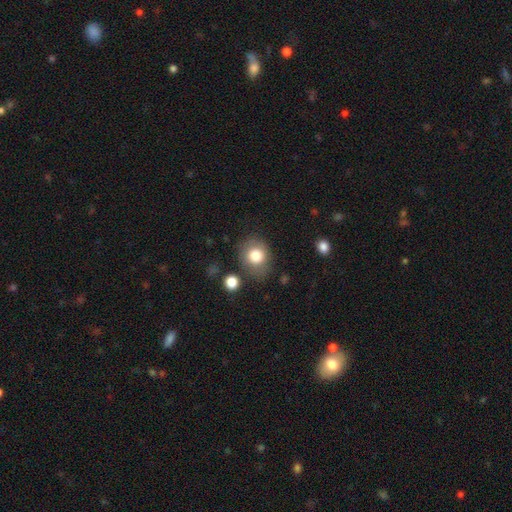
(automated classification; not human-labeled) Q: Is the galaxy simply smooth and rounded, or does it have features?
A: smooth — 80%.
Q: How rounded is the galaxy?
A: round — 70%.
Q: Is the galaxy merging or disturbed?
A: none — 72%.